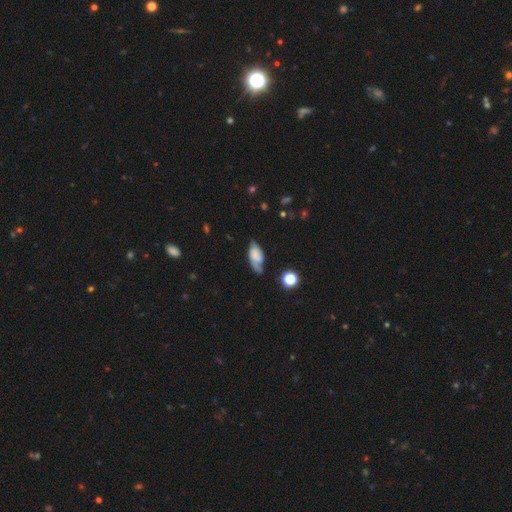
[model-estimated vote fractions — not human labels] Smooth or featured? smooth (55%)
How rounded? in between (87%)
Merging? none (45%)